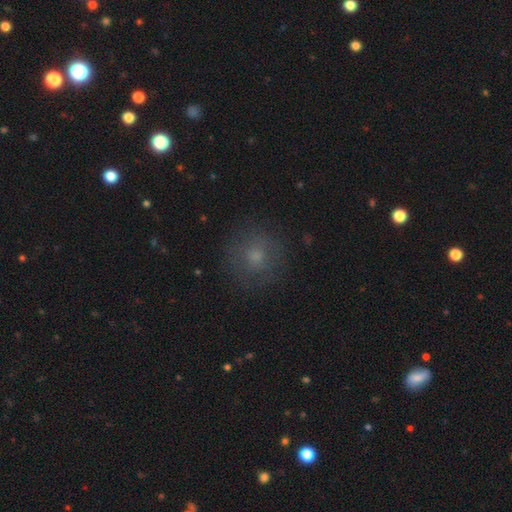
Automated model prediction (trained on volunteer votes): The model was most divided on "smooth or featured": smooth: 64%, featured or disk: 19%, star or artifact: 18%. More confident: how rounded — round (90%); merging — none (82%).